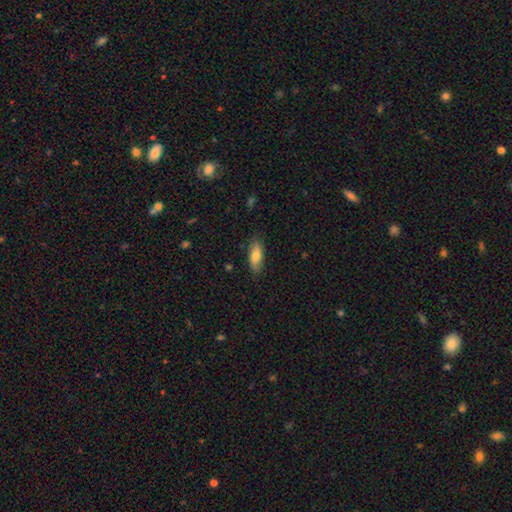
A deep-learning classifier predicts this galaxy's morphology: Smooth or featured? smooth (78%)
How rounded? in between (72%)
Merging? none (83%)